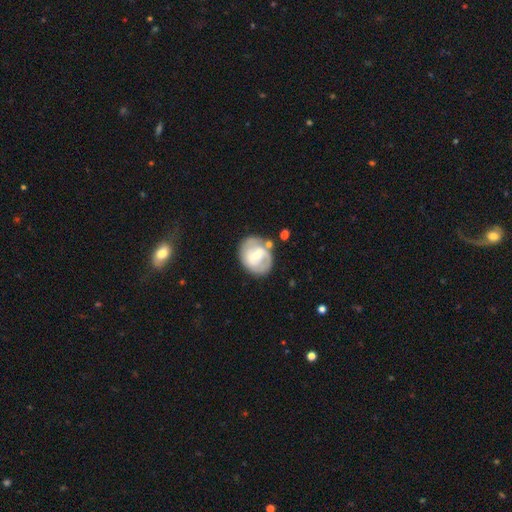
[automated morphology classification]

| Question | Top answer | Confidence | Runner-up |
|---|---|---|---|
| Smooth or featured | featured or disk | 61% | smooth (32%) |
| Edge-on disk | no | 97% | yes (3%) |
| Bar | weak | 46% | strong (36%) |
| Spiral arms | yes | 64% | no (36%) |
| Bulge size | small | 44% | moderate (40%) |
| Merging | none | 60% | minor disturbance (20%) |